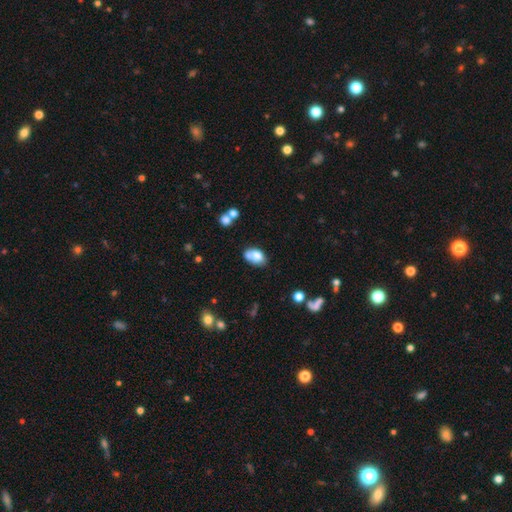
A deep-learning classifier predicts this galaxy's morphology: smooth-or-featured: smooth: 73% | featured or disk: 18% | star or artifact: 9%
  how-rounded: in between: 83% | round: 15% | cigar-shaped: 1%
  merging: none: 39% | merger: 33% | minor disturbance: 19% | major disturbance: 8%